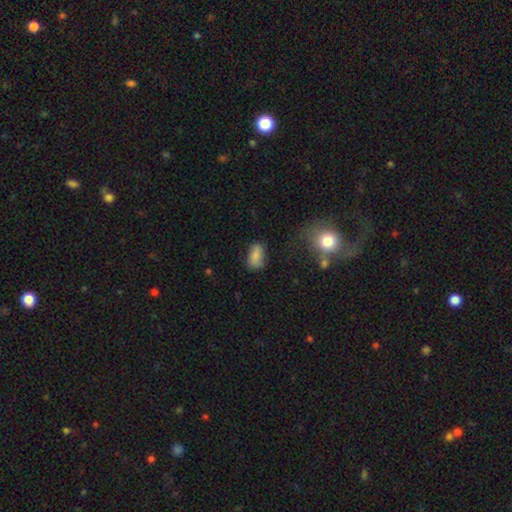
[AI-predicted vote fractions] smooth 82%, star or artifact 9%, featured or disk 9%. Down the decision tree: how rounded — in between (90%); merging — none (70%).